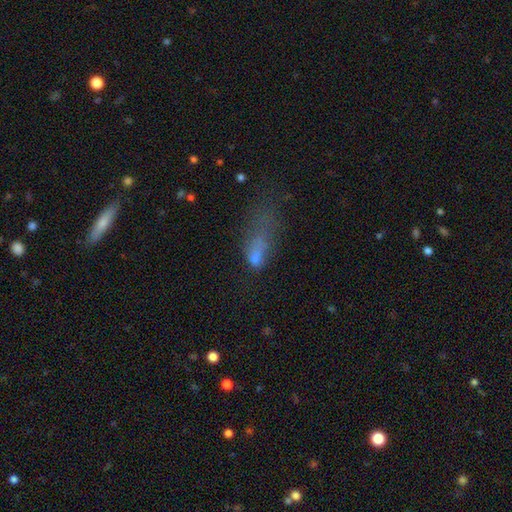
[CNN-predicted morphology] Smooth or featured: smooth — 58% (featured or disk — 23%)
How rounded: in between — 63% (cigar-shaped — 29%)
Merging: major disturbance — 54% (minor disturbance — 18%)